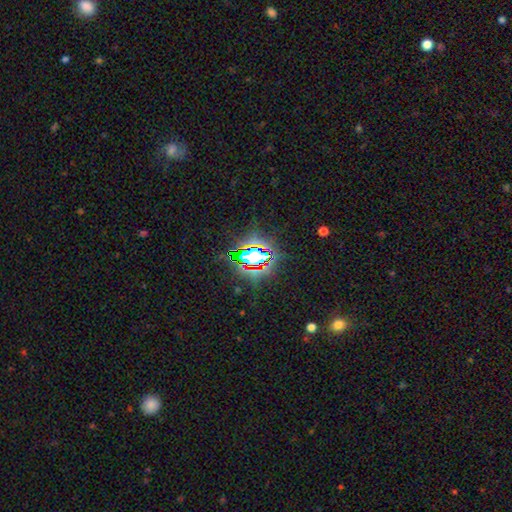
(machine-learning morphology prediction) star or artifact 76%, smooth 14%, featured or disk 11%.